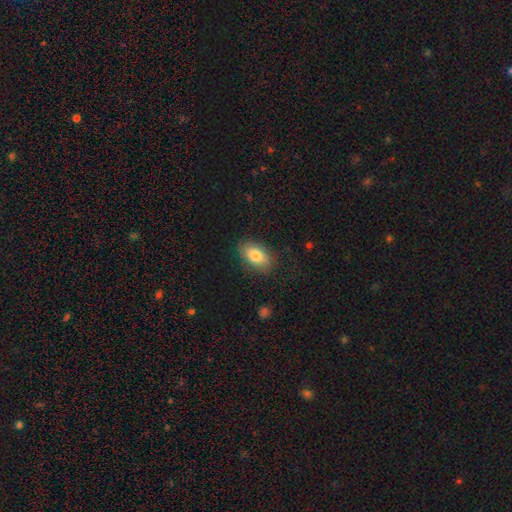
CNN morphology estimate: Q: Smooth or featured?
A: smooth (79%); runner-up: featured or disk (13%)
Q: How rounded?
A: in between (90%); runner-up: round (8%)
Q: Merging?
A: none (82%); runner-up: minor disturbance (13%)